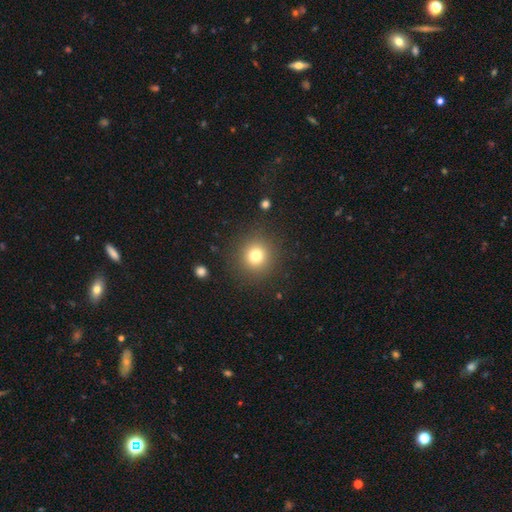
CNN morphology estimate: Smooth or featured? smooth (77%)
How rounded? round (93%)
Merging? none (89%)